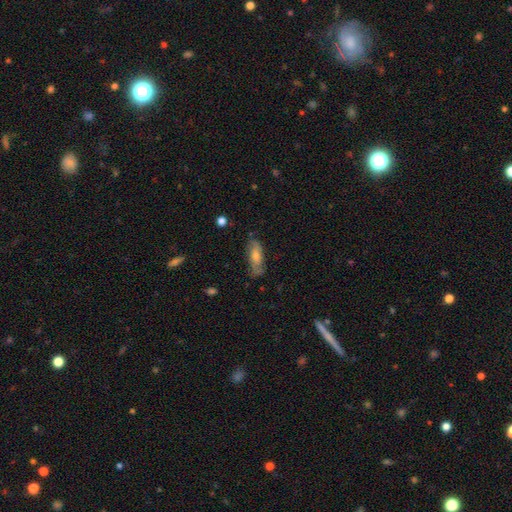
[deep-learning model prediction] Q: Smooth or featured?
A: featured or disk (53%); runner-up: smooth (37%)
Q: Edge-on disk?
A: no (77%); runner-up: yes (23%)
Q: Merging?
A: none (72%); runner-up: minor disturbance (20%)